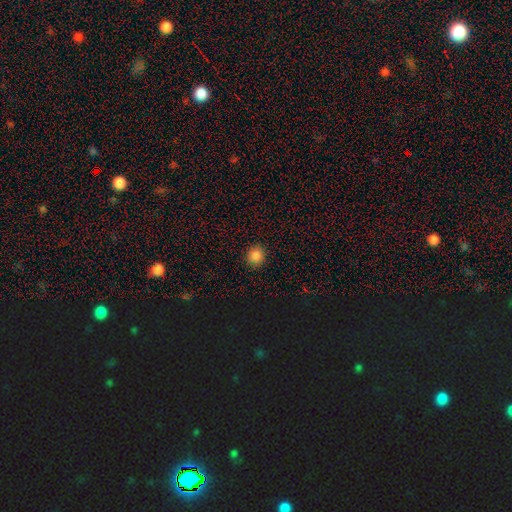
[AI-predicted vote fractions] Smooth or featured? Predicted: smooth (p=0.85). How rounded? Predicted: round (p=0.89). Merging? Predicted: none (p=0.92).